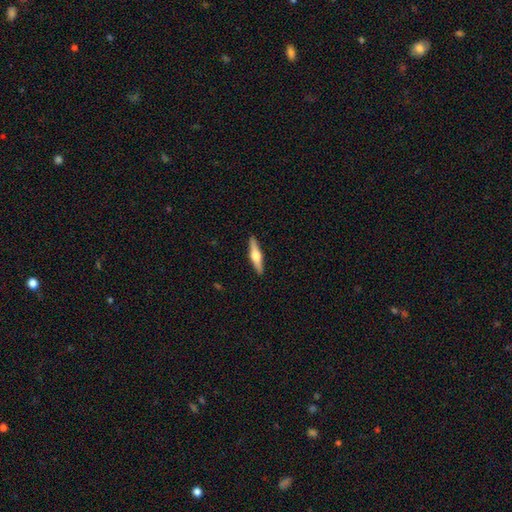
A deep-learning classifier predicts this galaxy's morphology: Q: Smooth or featured?
A: featured or disk (62%); runner-up: smooth (33%)
Q: Edge-on disk?
A: yes (97%); runner-up: no (3%)
Q: Edge-on bulge?
A: rounded (94%); runner-up: boxy (4%)
Q: Merging?
A: none (92%); runner-up: minor disturbance (6%)